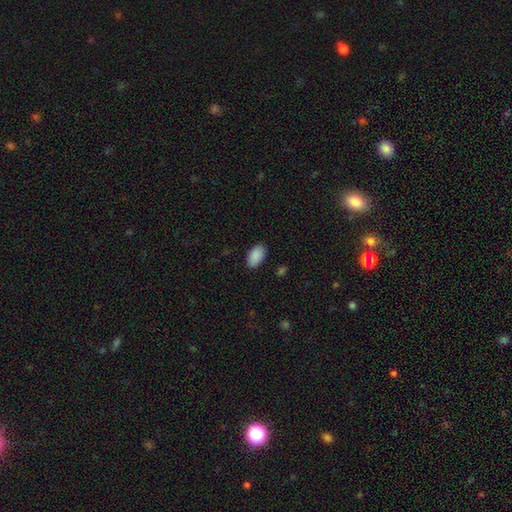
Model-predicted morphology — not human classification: This is clearly a smooth galaxy (90%). How rounded: clearly in between (94%). Merging: clearly none (86%).